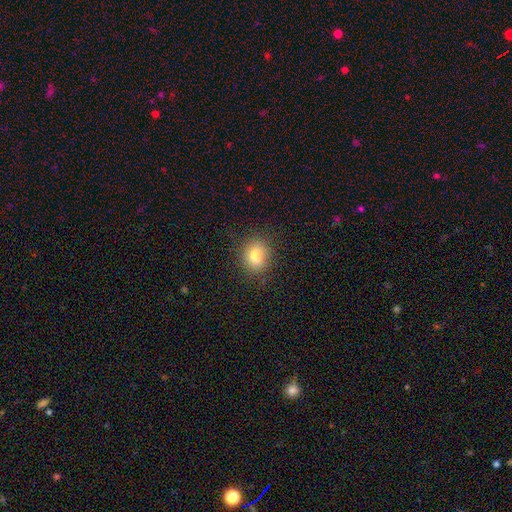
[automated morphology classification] Q: Smooth or featured?
A: smooth (81%); runner-up: star or artifact (11%)
Q: How rounded?
A: round (63%); runner-up: in between (36%)
Q: Merging?
A: none (86%); runner-up: minor disturbance (10%)